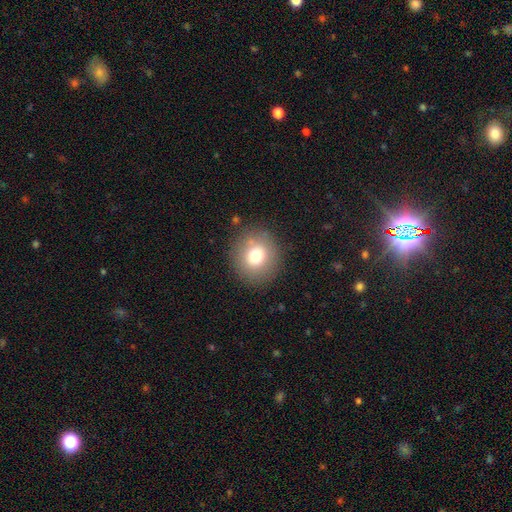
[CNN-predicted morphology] Q: Smooth or featured?
A: smooth (74%); runner-up: featured or disk (14%)
Q: How rounded?
A: round (90%); runner-up: in between (9%)
Q: Merging?
A: none (86%); runner-up: minor disturbance (8%)